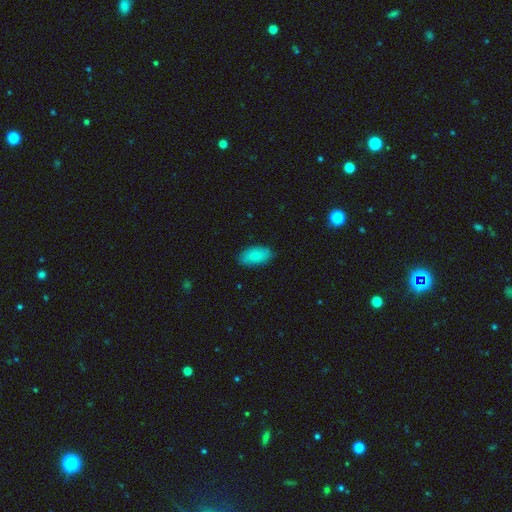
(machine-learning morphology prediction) A smooth galaxy with no disk features (82%) that is in between round and cigar-shaped (93%). Merging: none (85%).